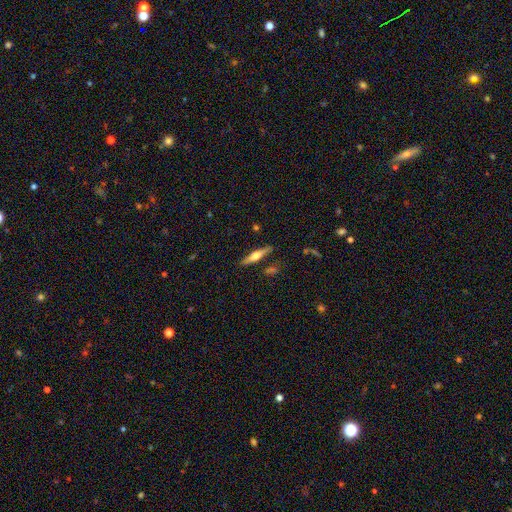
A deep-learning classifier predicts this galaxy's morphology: This is possibly a featured or disk galaxy (57%). It is clearly viewed edge-on (94%). Edge-on bulge: clearly rounded (92%). Merging: clearly none (84%).